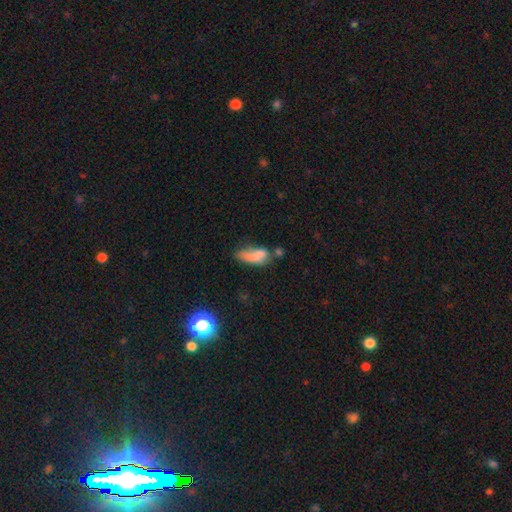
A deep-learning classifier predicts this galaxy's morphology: Overall: smooth (70%). How rounded: in between (74%). Merging: none (27%; major disturbance 26%).